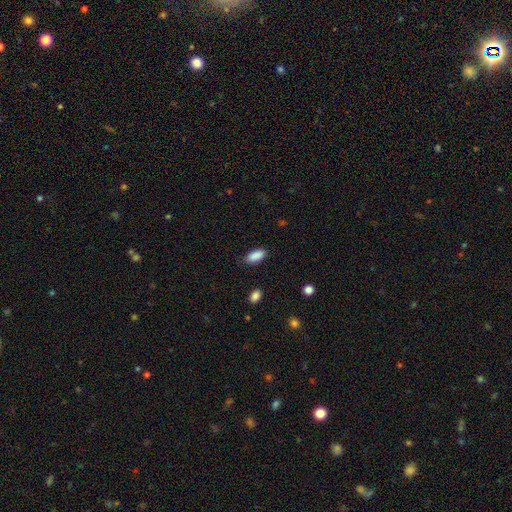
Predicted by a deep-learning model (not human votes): This is clearly a smooth galaxy (90%). How rounded: clearly in between (85%). Merging: clearly none (86%).